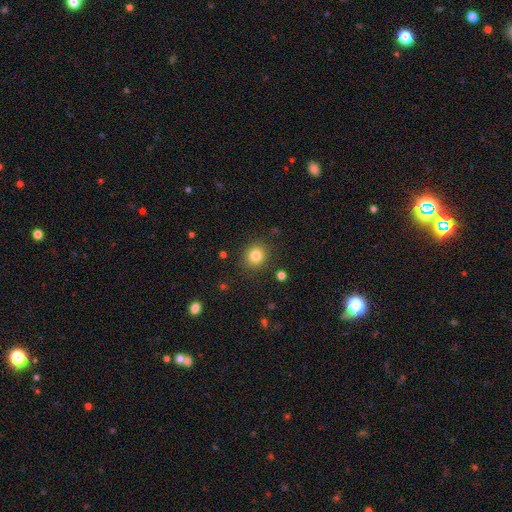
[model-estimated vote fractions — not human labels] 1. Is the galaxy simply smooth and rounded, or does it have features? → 83% smooth, 11% star or artifact, 6% featured or disk.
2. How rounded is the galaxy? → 85% round, 14% in between, 1% cigar-shaped.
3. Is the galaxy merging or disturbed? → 87% none, 8% minor disturbance, 3% major disturbance, 2% merger.